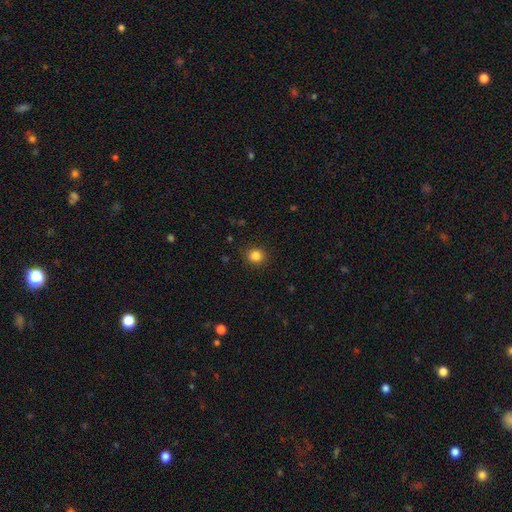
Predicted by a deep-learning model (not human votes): This is clearly a smooth galaxy (85%). How rounded: clearly round (88%). Merging: clearly none (90%).